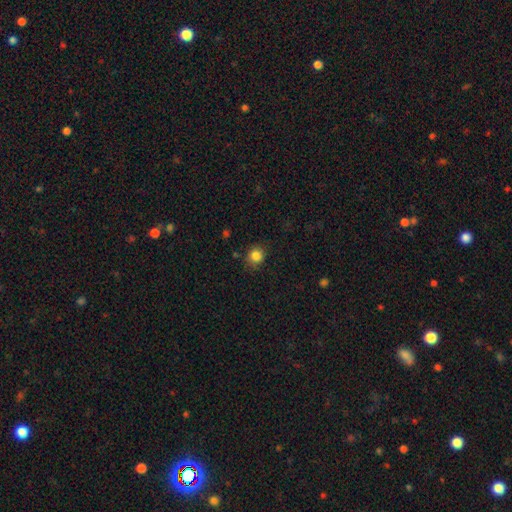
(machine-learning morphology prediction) Smooth or featured? Predicted: smooth (p=0.84). How rounded? Predicted: round (p=0.82). Merging? Predicted: none (p=0.78).